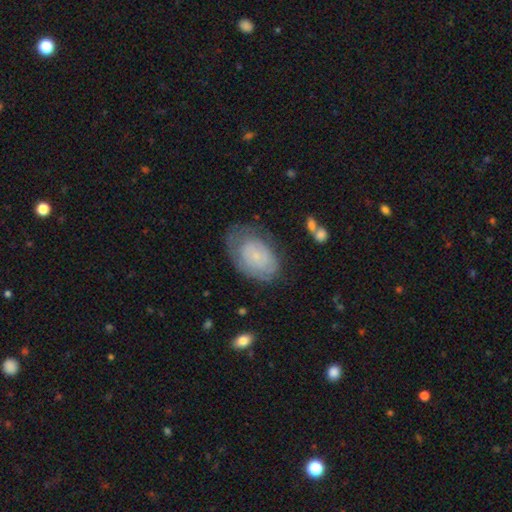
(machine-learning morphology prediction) A smooth galaxy with no disk features (48%). Merging: none (58%).